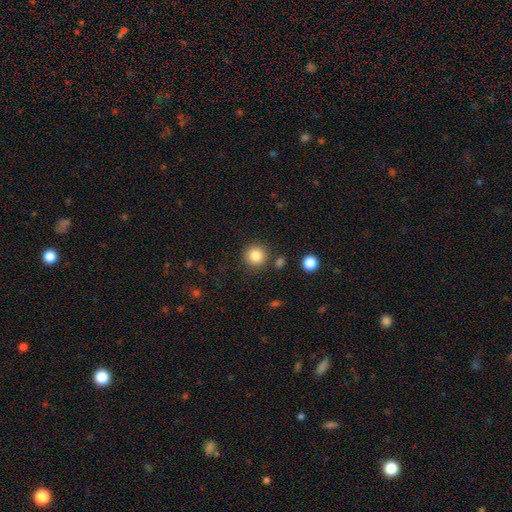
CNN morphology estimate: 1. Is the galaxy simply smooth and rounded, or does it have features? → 85% smooth, 10% star or artifact, 5% featured or disk.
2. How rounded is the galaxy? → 94% round, 5% in between, 1% cigar-shaped.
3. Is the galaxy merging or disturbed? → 86% none, 7% minor disturbance, 4% merger, 3% major disturbance.